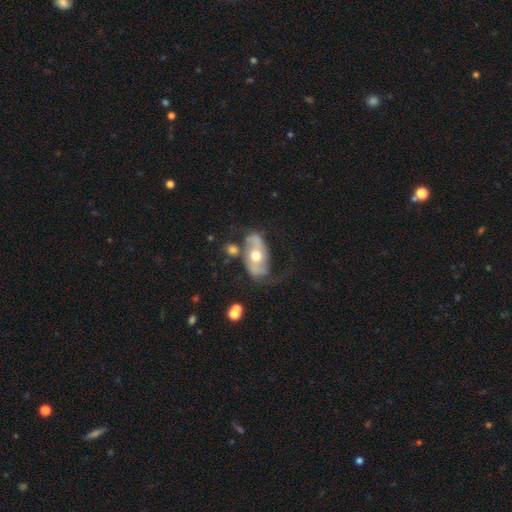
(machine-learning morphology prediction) Smooth or featured? featured or disk (73%)
Edge-on disk? no (93%)
Bar? no (60%)
Spiral arms? yes (79%)
Spiral winding? loose (57%)
Spiral arm count? 2 (85%)
Bulge size? moderate (78%)
Merging? none (50%)